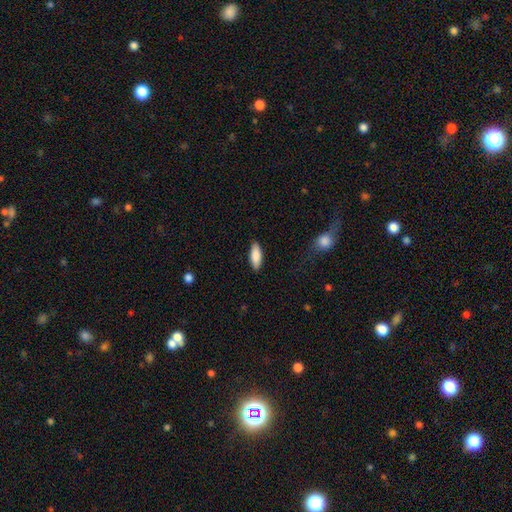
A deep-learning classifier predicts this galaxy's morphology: This is clearly a smooth galaxy (87%). How rounded: likely in between (68%). Merging: clearly none (87%).